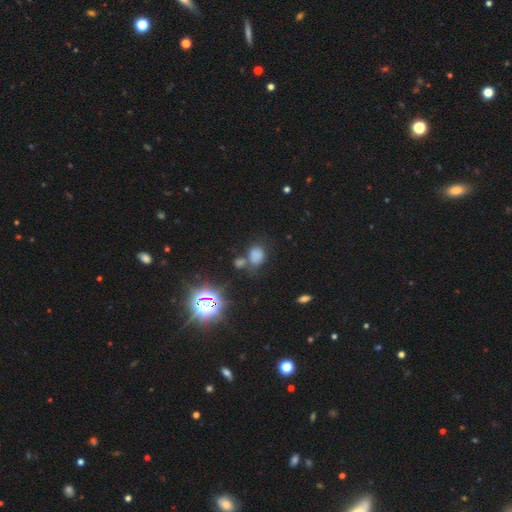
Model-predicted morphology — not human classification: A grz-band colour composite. It shows a smooth galaxy with no disk features (66%) that is in between round and cigar-shaped (59%). Merging: none (47%).